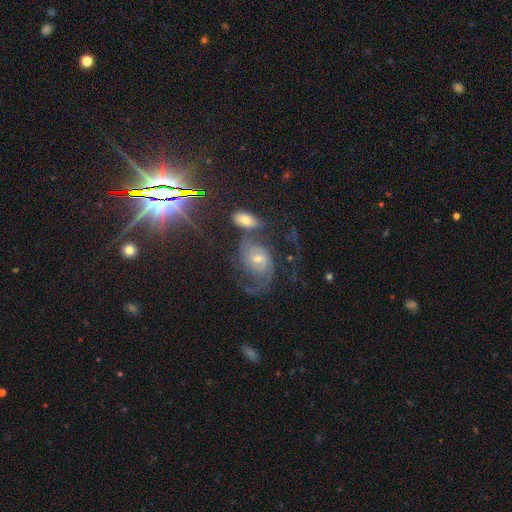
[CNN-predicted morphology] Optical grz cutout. It shows a featured or disk galaxy (58%) with no bar (65%), spiral arms (89%) and a moderate central bulge (49%). Merging: none (57%).